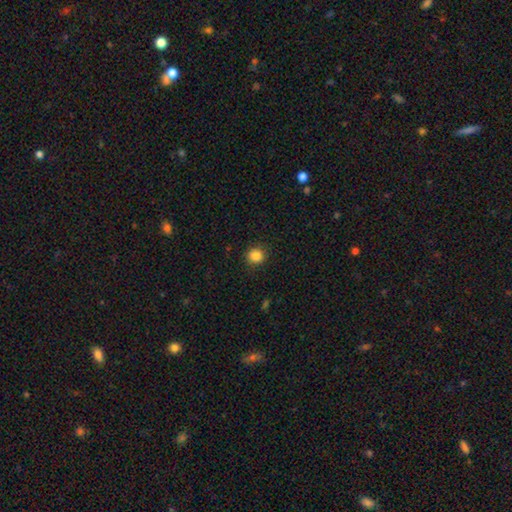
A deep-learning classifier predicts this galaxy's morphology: The model was most divided on "smooth or featured": smooth: 86%, star or artifact: 11%, featured or disk: 3%. More confident: merging — none (89%); how rounded — round (88%).